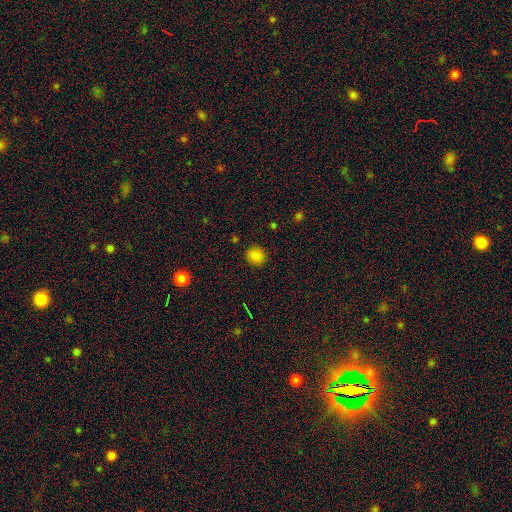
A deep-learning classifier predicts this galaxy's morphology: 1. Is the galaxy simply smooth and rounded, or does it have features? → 84% smooth, 12% star or artifact, 4% featured or disk.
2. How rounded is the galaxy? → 89% round, 10% in between, 1% cigar-shaped.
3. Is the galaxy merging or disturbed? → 90% none, 6% minor disturbance, 2% major disturbance, 1% merger.